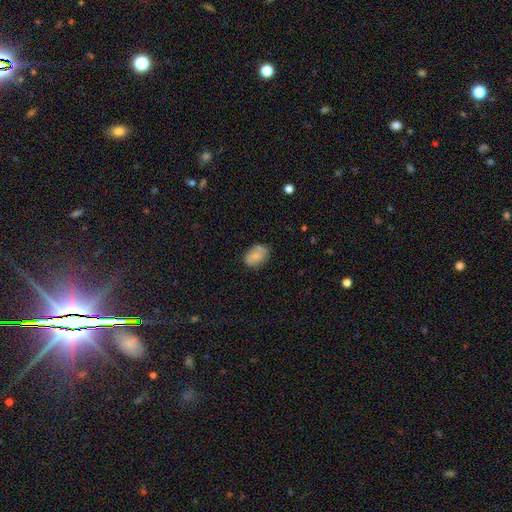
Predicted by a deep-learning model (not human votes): smooth-or-featured: smooth: 72% | featured or disk: 20% | star or artifact: 8%
  how-rounded: in between: 84% | round: 15% | cigar-shaped: 1%
  merging: none: 72% | minor disturbance: 21% | major disturbance: 5% | merger: 2%